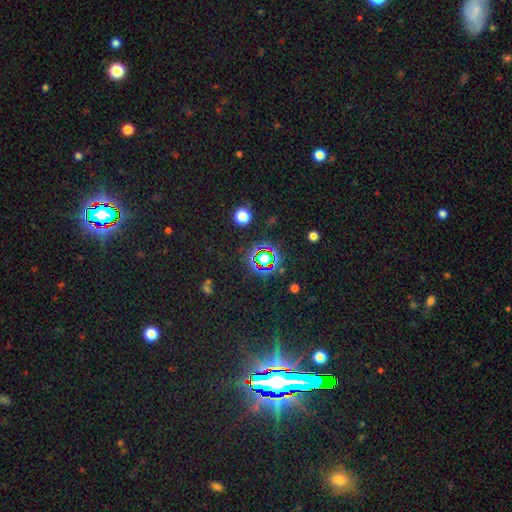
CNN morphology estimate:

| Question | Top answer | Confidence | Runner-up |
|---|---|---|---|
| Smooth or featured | star or artifact | 79% | smooth (12%) |